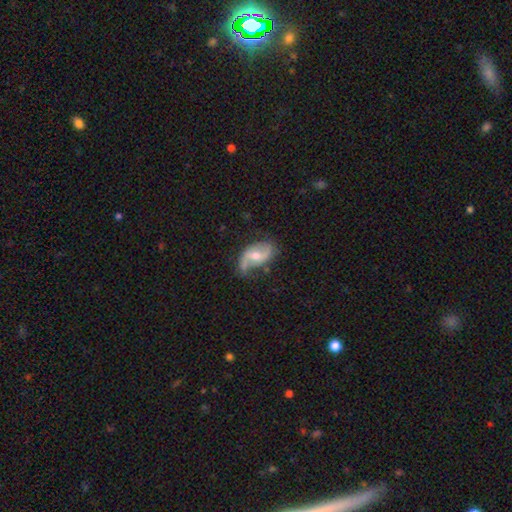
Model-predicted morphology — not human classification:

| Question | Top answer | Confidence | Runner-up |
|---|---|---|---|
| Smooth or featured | featured or disk | 77% | smooth (17%) |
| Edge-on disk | no | 96% | yes (4%) |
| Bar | no | 43% | weak (42%) |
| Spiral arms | yes | 91% | no (9%) |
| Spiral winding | loose | 61% | medium (30%) |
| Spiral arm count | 2 | 84% | 1 (8%) |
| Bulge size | moderate | 65% | small (29%) |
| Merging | none | 59% | minor disturbance (27%) |